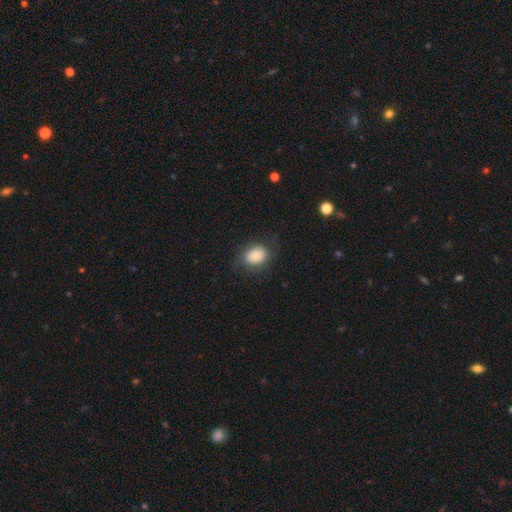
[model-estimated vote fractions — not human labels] Morphology: type=smooth (76%); roundness=in between (60%); merging=none (68%).